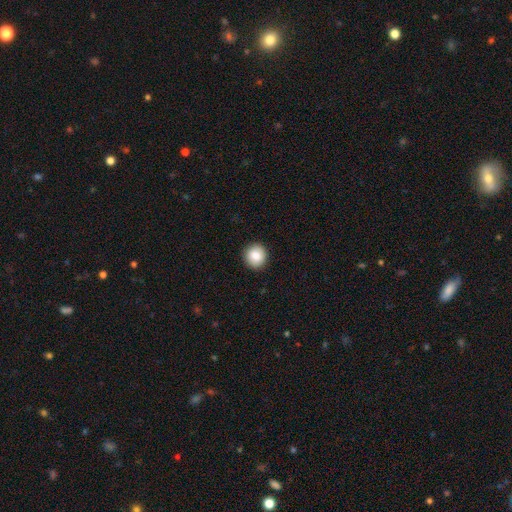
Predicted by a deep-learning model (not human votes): This appears to be a smooth galaxy with no disk features (86%) that is round (91%). Merging: none (92%).